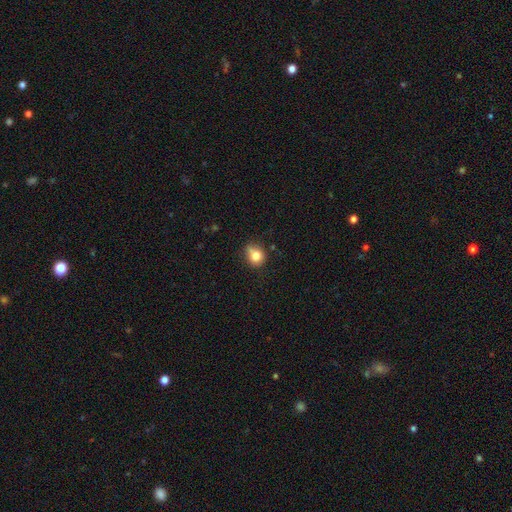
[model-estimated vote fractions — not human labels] Morphology: type=smooth (78%); roundness=round (77%); merging=none (55%).